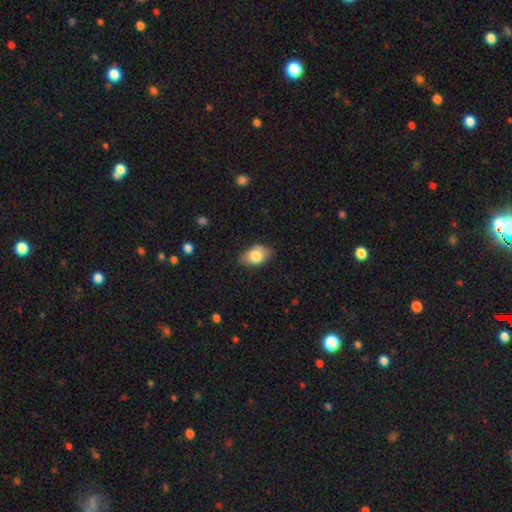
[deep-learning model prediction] The model was most divided on "merging": none: 77%, minor disturbance: 18%, major disturbance: 3%, merger: 1%. More confident: how rounded — in between (87%); smooth or featured — smooth (79%).